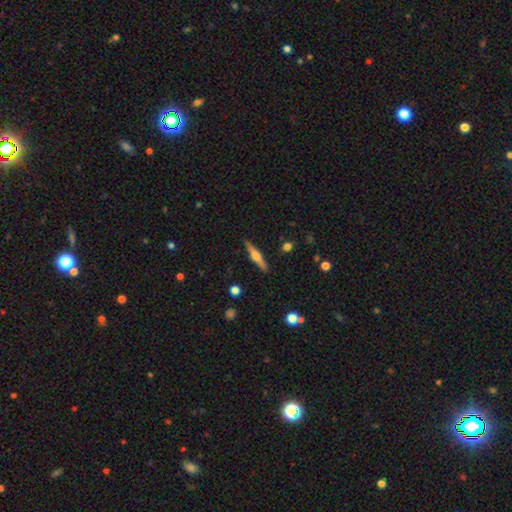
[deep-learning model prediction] Smooth or featured? Predicted: featured or disk (p=0.67). Edge-on disk? Predicted: yes (p=0.97). Edge-on bulge? Predicted: rounded (p=0.91). Merging? Predicted: none (p=0.89).